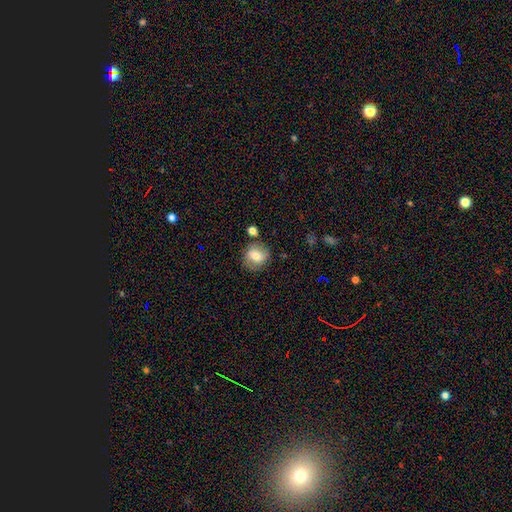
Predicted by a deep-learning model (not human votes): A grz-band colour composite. It shows a smooth galaxy with no disk features (71%) that is round (79%). Merging: none (76%).